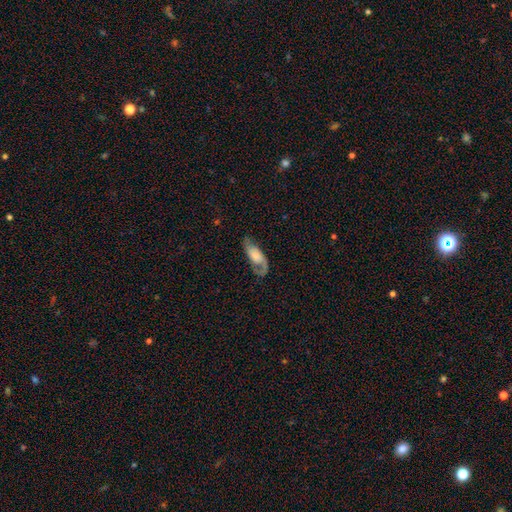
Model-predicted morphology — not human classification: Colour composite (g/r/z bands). It shows a featured or disk galaxy (67%) with no bar (67%), 2 (60%) medium (41%) spiral arms (89%) and a moderate central bulge (45%). Merging: none (60%).